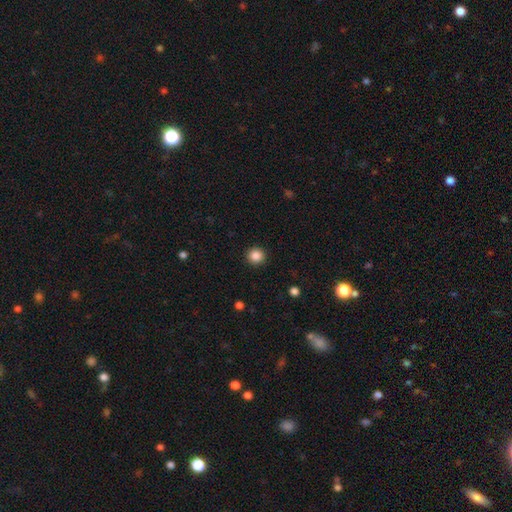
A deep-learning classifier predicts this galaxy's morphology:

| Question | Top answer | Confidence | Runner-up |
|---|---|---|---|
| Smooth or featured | smooth | 87% | star or artifact (10%) |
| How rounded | round | 94% | in between (5%) |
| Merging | none | 92% | minor disturbance (5%) |